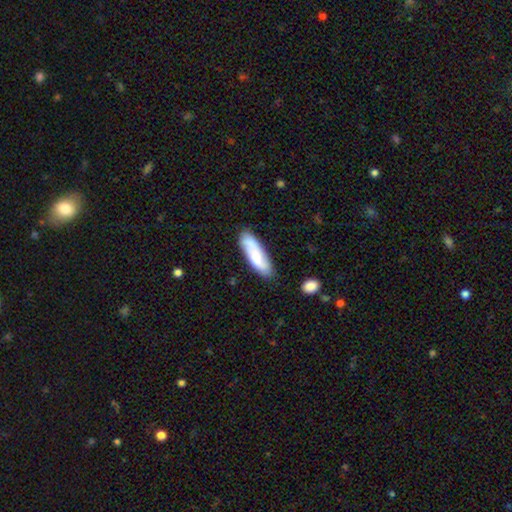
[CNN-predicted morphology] This appears to be a smooth galaxy with no disk features (61%) that is in between round and cigar-shaped (51%). Merging: none (77%).